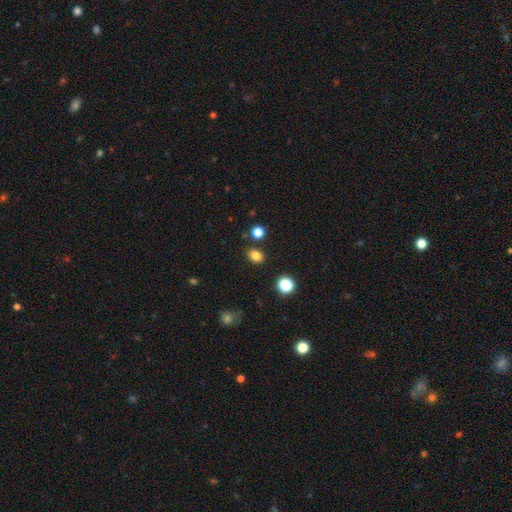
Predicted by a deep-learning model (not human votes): Smooth or featured? Predicted: smooth (p=0.82). How rounded? Predicted: in between (p=0.53). Merging? Predicted: none (p=0.85).